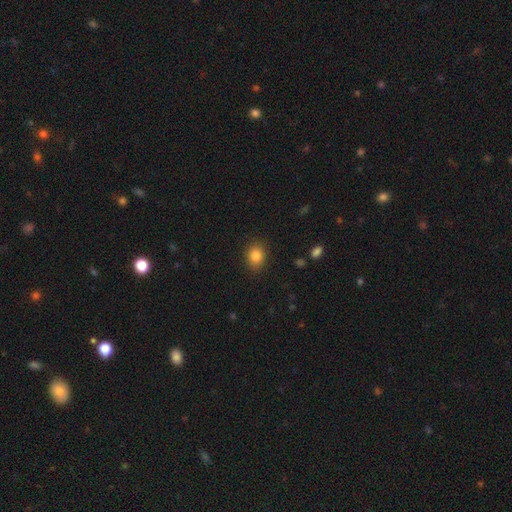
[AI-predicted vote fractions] This is clearly a smooth galaxy (84%). How rounded: possibly in between (50%). Merging: clearly none (88%).